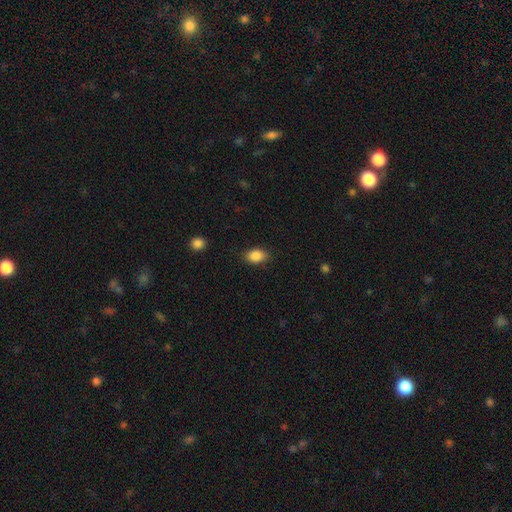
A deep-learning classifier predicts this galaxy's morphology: type=smooth (87%); roundness=in between (83%); merging=none (84%).